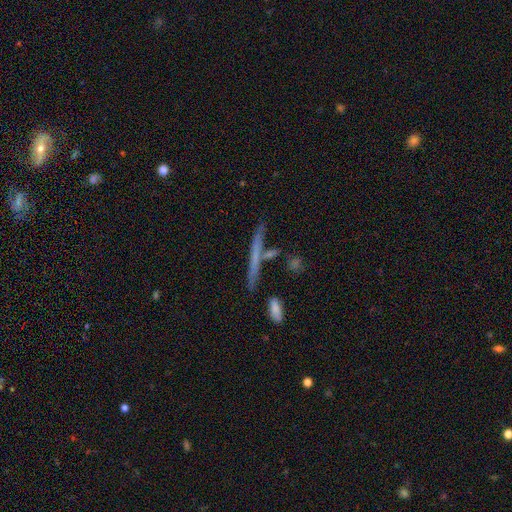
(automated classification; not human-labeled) featured or disk 47%, smooth 43%, star or artifact 9%. Down the decision tree: merging — none (77%).